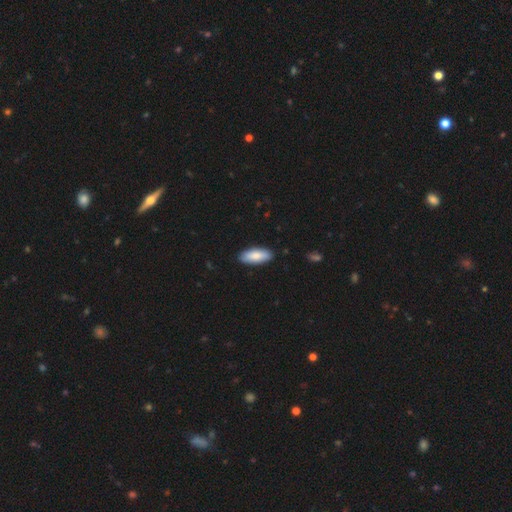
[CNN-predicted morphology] Smooth or featured? Predicted: smooth (p=0.83). How rounded? Predicted: in between (p=0.77). Merging? Predicted: none (p=0.89).